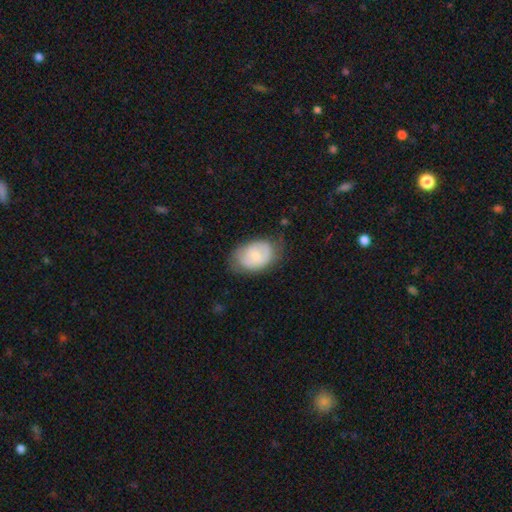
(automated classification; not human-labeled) Smooth or featured? smooth (68%)
How rounded? in between (83%)
Merging? none (58%)